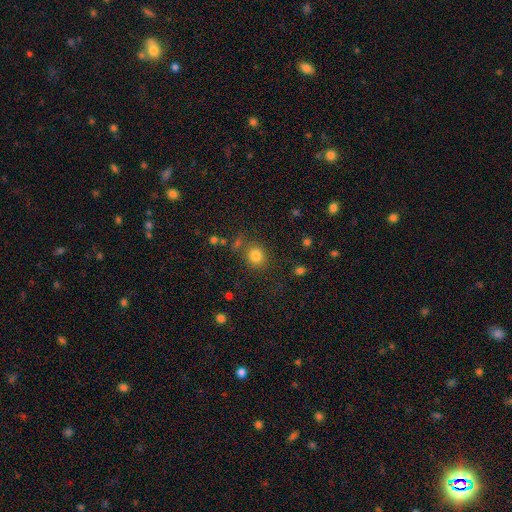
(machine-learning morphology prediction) Overall: smooth (81%). How rounded: round (80%). Merging: none (77%).